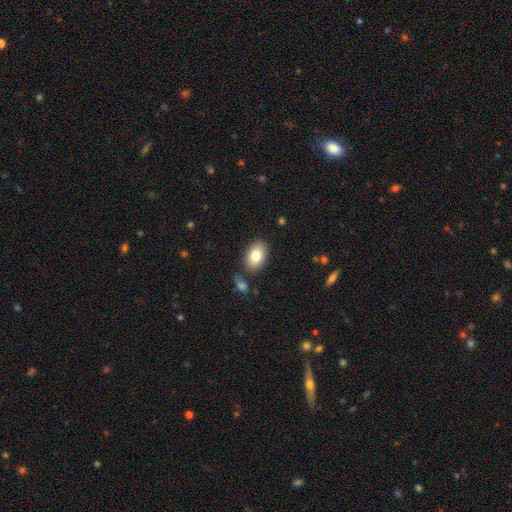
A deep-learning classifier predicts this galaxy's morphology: smooth_or_featured: smooth (p=0.81) [alt: featured or disk p=0.11]
how_rounded: in between (p=0.89) [alt: round p=0.10]
merging: none (p=0.82) [alt: minor disturbance p=0.11]